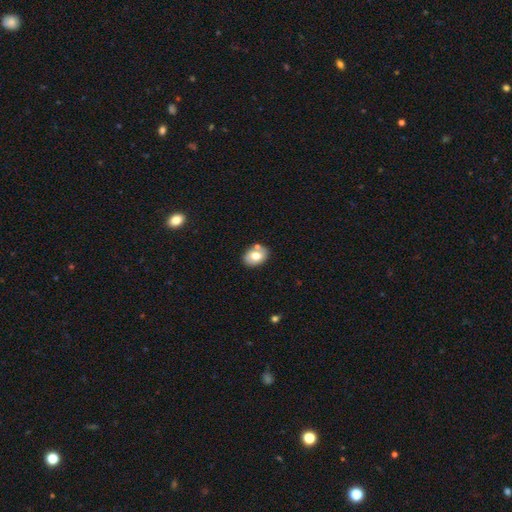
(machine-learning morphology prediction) A smooth galaxy with no disk features (71%) that is in between round and cigar-shaped (75%).

Vote fractions:
- Smooth or featured? smooth: 71% / featured or disk: 21% / star or artifact: 8%
- How rounded? in between: 75% / round: 24% / cigar-shaped: 1%
- Merging? none: 71% / merger: 13% / minor disturbance: 13% / major disturbance: 3%